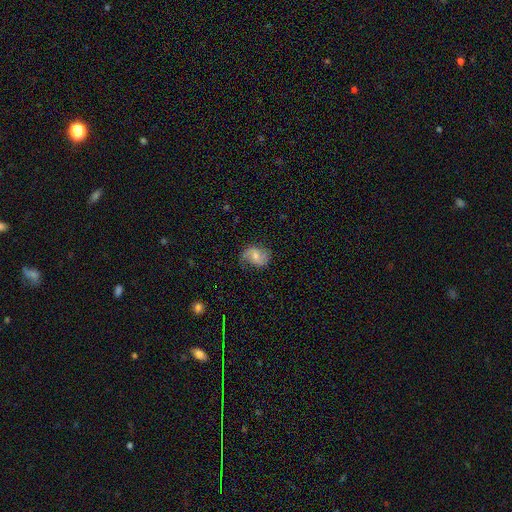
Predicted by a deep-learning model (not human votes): Q: Smooth or featured?
A: featured or disk (63%); runner-up: smooth (27%)
Q: Edge-on disk?
A: no (97%); runner-up: yes (3%)
Q: Bar?
A: no (44%); runner-up: weak (43%)
Q: Spiral arms?
A: yes (89%); runner-up: no (11%)
Q: Spiral winding?
A: medium (41%); runner-up: loose (39%)
Q: Spiral arm count?
A: 2 (79%); runner-up: 1 (9%)
Q: Bulge size?
A: moderate (55%); runner-up: small (38%)
Q: Merging?
A: none (69%); runner-up: minor disturbance (21%)